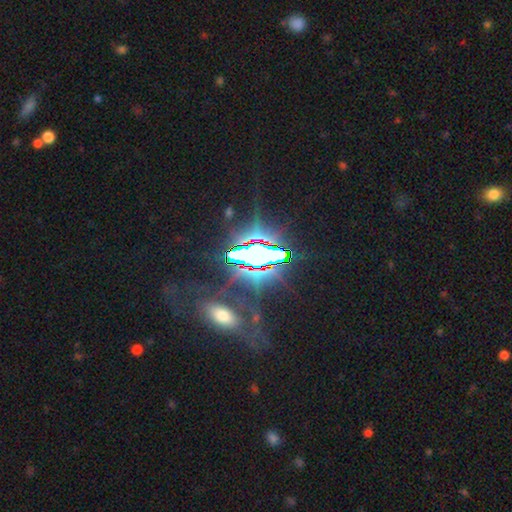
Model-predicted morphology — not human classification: Smooth or featured? star or artifact (78%)